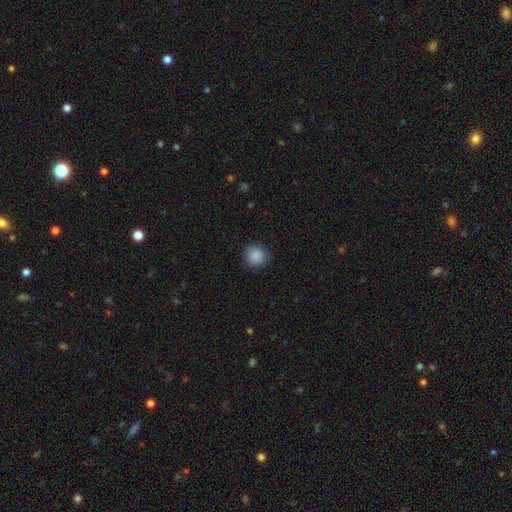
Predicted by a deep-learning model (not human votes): Smooth or featured? smooth (88%)
How rounded? round (93%)
Merging? none (91%)